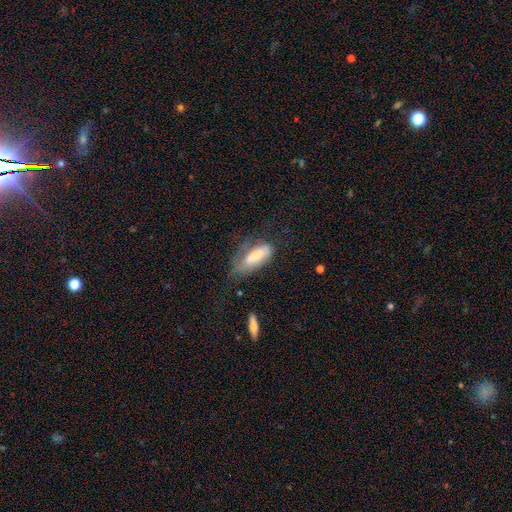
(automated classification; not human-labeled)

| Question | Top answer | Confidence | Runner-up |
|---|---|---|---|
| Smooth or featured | smooth | 62% | featured or disk (31%) |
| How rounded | in between | 73% | cigar-shaped (25%) |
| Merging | none | 37% | minor disturbance (31%) |